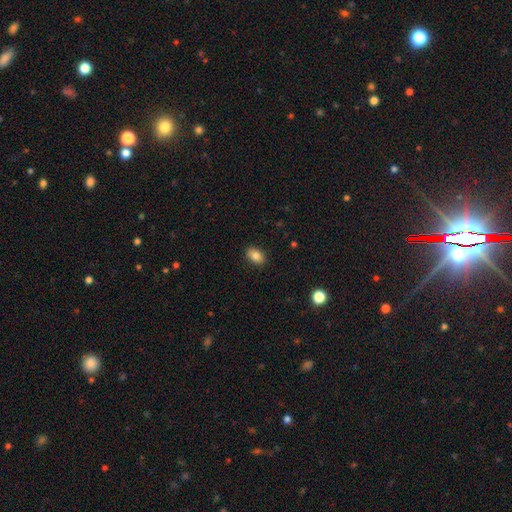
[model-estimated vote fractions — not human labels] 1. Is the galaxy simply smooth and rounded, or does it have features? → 82% smooth, 9% featured or disk, 9% star or artifact.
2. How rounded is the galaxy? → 84% in between, 15% round, 1% cigar-shaped.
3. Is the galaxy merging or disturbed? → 88% none, 9% minor disturbance, 2% major disturbance, 1% merger.